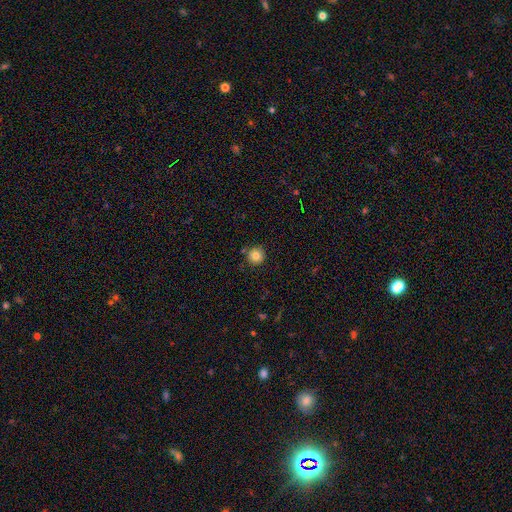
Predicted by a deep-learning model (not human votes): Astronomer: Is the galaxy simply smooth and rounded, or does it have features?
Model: smooth — 84%.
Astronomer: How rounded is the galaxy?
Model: round — 95%.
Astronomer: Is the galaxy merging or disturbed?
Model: none — 86%.